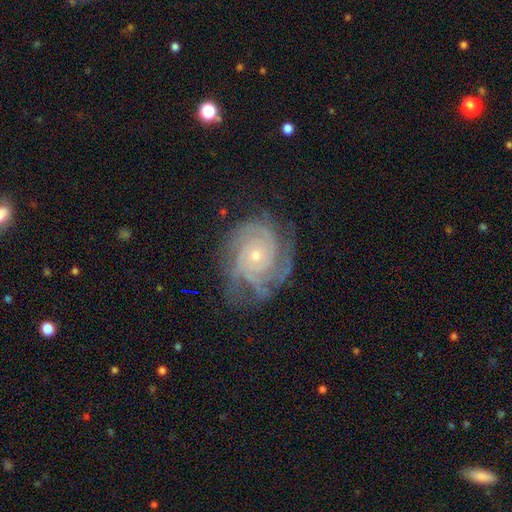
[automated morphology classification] The model was most divided on "spiral arm count": 3: 31%, 4: 20%, 2: 18%, can't tell: 17%, more than 4: 7%, 1: 6%. More confident: spiral arms — yes (98%); edge-on disk — no (98%); smooth or featured — featured or disk (89%); bar — no (80%); spiral winding — tight (74%); bulge size — small (74%); merging — none (71%).